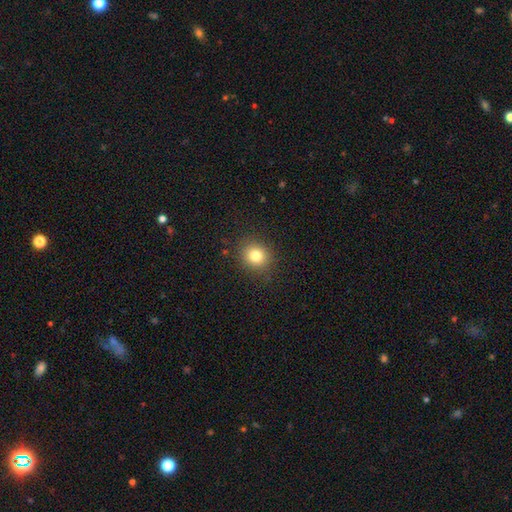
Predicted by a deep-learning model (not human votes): smooth_or_featured: smooth (p=0.80) [alt: star or artifact p=0.12]
how_rounded: round (p=0.83) [alt: in between p=0.16]
merging: none (p=0.88) [alt: minor disturbance p=0.08]